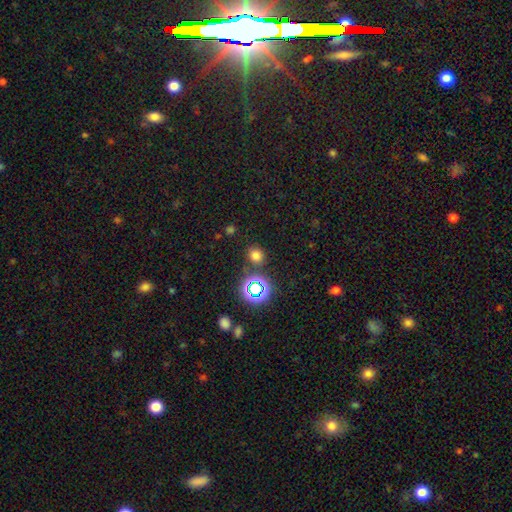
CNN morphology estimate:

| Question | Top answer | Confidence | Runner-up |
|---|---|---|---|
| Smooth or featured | smooth | 70% | star or artifact (25%) |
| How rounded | round | 80% | in between (19%) |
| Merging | none | 83% | minor disturbance (9%) |